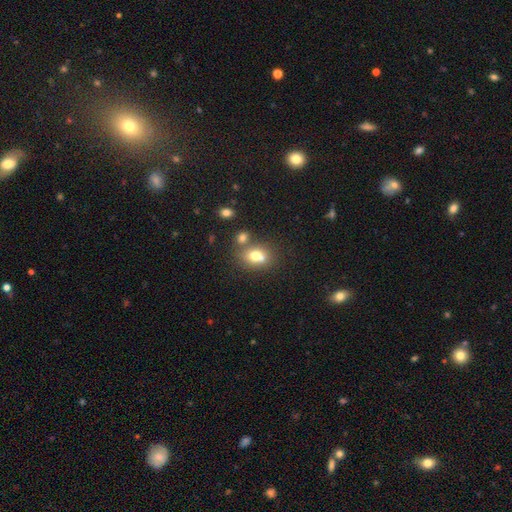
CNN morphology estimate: smooth-or-featured: smooth: 72% | featured or disk: 16% | star or artifact: 12%
  how-rounded: in between: 50% | round: 49% | cigar-shaped: 1%
  merging: none: 44% | merger: 41% | minor disturbance: 11% | major disturbance: 4%